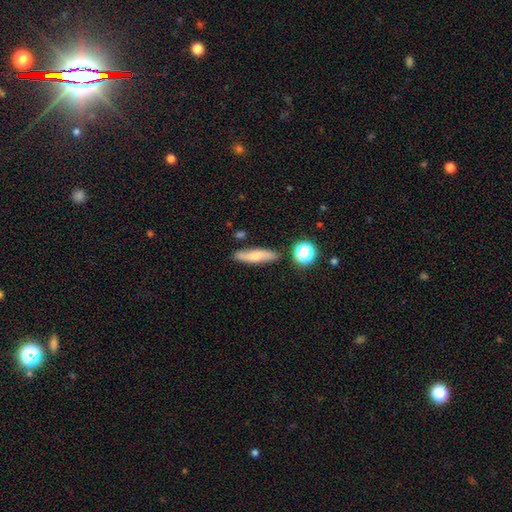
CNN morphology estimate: A smooth galaxy with no disk features (61%) that is cigar-shaped (72%). Merging: none (80%).